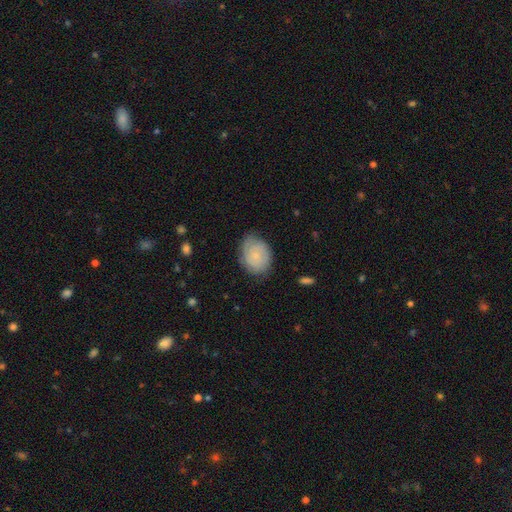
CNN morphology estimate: This is possibly a smooth galaxy (55%). How rounded: likely in between (61%). Merging: likely none (68%).